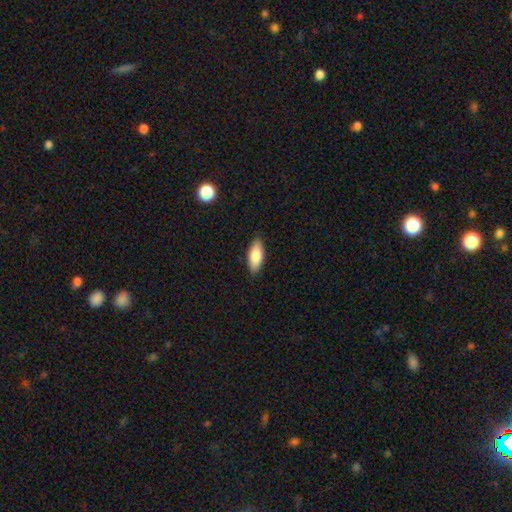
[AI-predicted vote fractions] This appears to be a smooth galaxy with no disk features (81%) that is in between round and cigar-shaped (81%). Merging: none (87%).